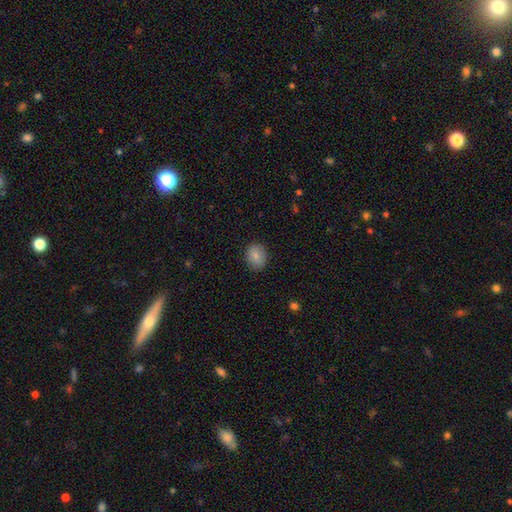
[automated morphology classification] Smooth or featured? Predicted: smooth (p=0.85). How rounded? Predicted: round (p=0.58). Merging? Predicted: none (p=0.87).